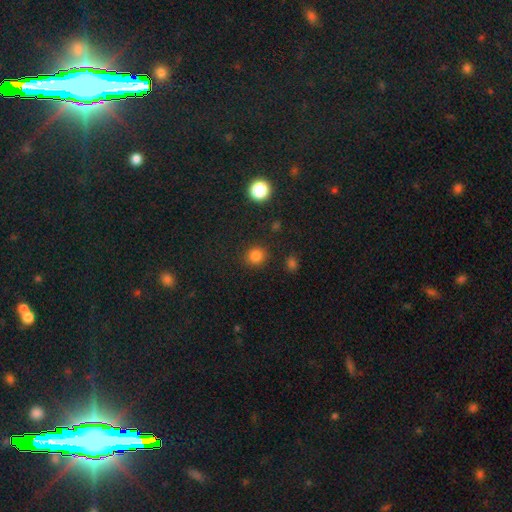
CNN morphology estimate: Smooth or featured? smooth (82%)
How rounded? round (92%)
Merging? none (90%)